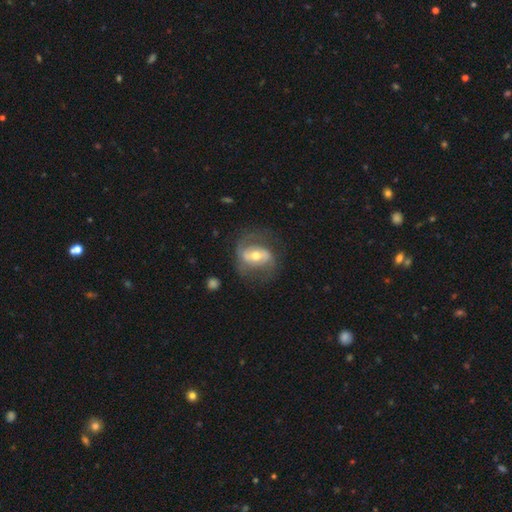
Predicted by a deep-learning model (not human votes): Overall: featured or disk (75%). Edge-on disk: no (95%). Bar: strong (39%; weak 37%). Spiral arms: yes (84%). Spiral arm count: 2 (80%). Spiral winding: medium (47%; loose 30%). Bulge size: moderate (65%; small 27%). Merging: none (63%).